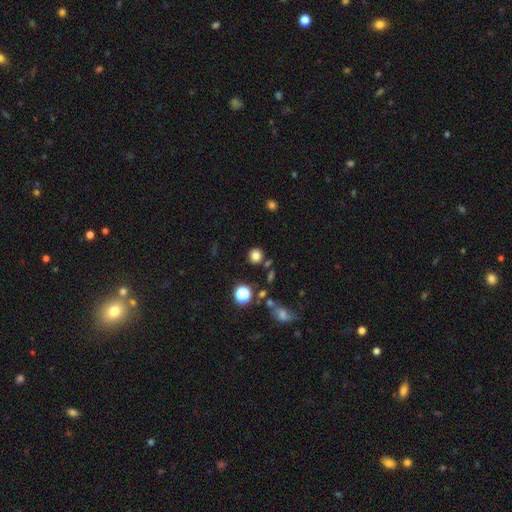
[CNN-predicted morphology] Smooth or featured: smooth — 80% (star or artifact — 14%)
How rounded: round — 89% (in between — 10%)
Merging: none — 84% (minor disturbance — 8%)